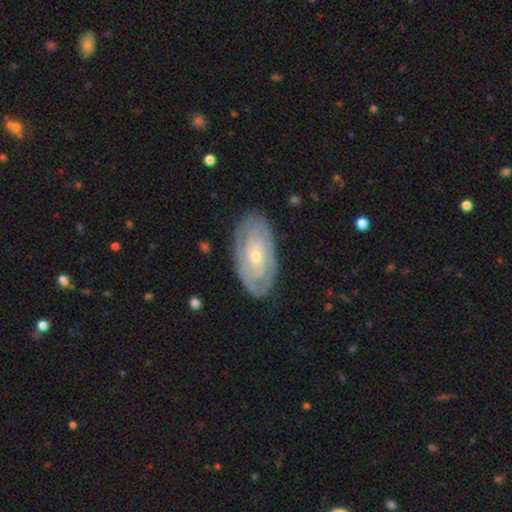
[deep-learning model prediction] The model was most divided on "spiral arm count": can't tell: 40%, 2: 30%, 3: 13%, 4: 7%, 1: 5%, more than 4: 4%. More confident: edge-on disk — no (95%); spiral arms — yes (91%); merging — none (81%); smooth or featured — featured or disk (81%); spiral winding — tight (75%); bulge size — small (73%); bar — no (70%).